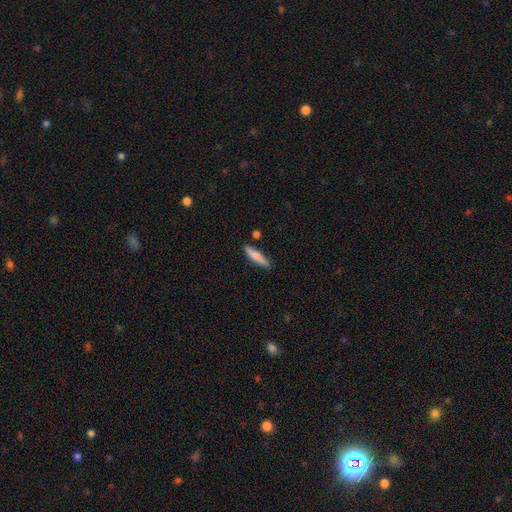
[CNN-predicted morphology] Smooth or featured?
  - smooth: 78% *
  - featured or disk: 16%
  - star or artifact: 6%
How rounded?
  - cigar-shaped: 80% *
  - in between: 18%
  - round: 2%
Merging?
  - none: 83% *
  - minor disturbance: 11%
  - merger: 4%
  - major disturbance: 2%